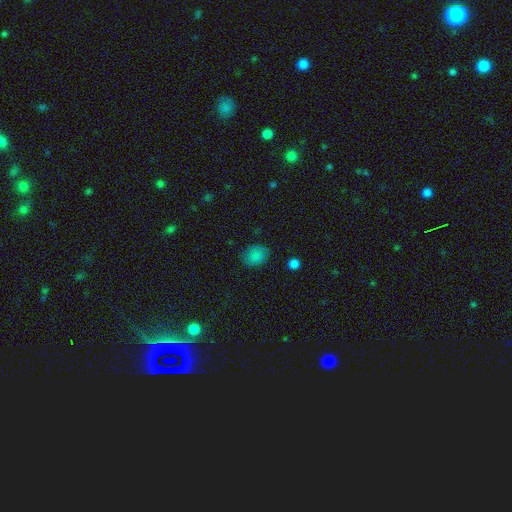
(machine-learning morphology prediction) type=smooth (82%); roundness=in between (51%); merging=none (76%).